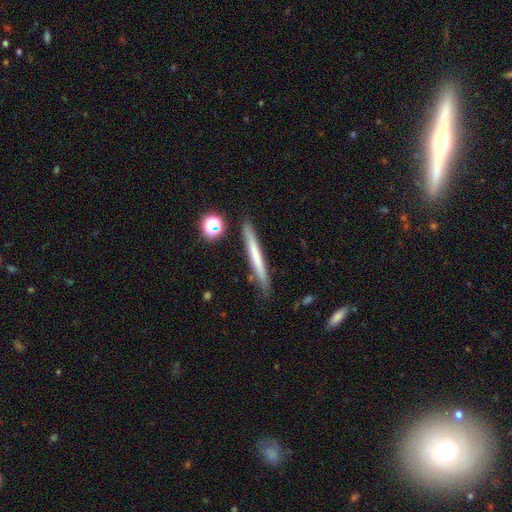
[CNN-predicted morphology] This appears to be a smooth galaxy with no disk features (56%) that is cigar-shaped (96%). Merging: none (85%).